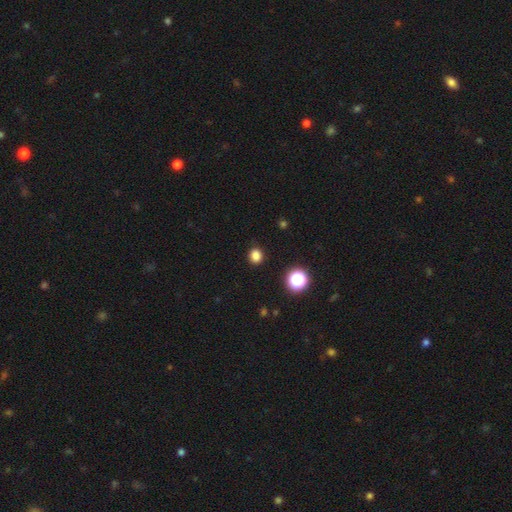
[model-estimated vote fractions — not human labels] Smooth or featured? smooth (83%)
How rounded? round (74%)
Merging? none (89%)